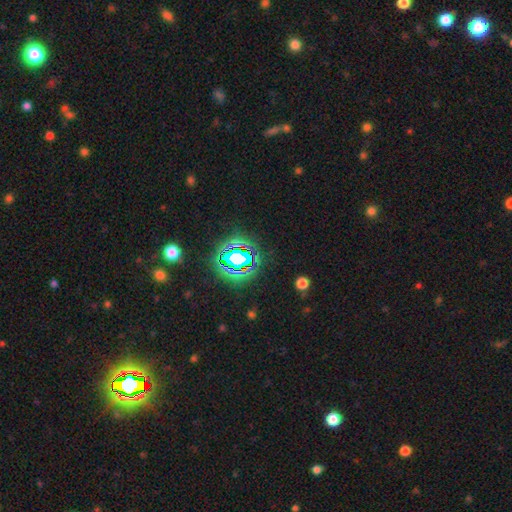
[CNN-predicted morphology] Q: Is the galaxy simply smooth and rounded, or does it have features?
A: star or artifact — 82%.